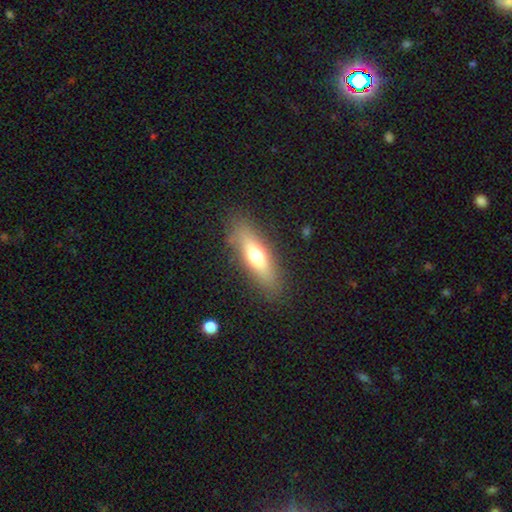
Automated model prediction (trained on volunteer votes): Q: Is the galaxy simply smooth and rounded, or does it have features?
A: smooth — 57%.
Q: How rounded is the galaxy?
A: cigar-shaped — 53%.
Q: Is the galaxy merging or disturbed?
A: none — 85%.